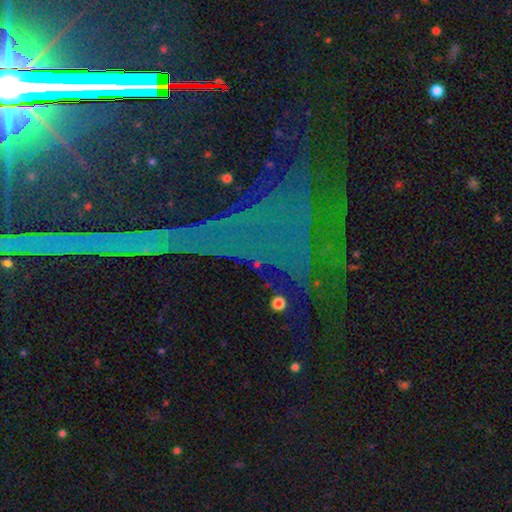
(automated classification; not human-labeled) Q: Smooth or featured?
A: star or artifact (81%); runner-up: featured or disk (11%)